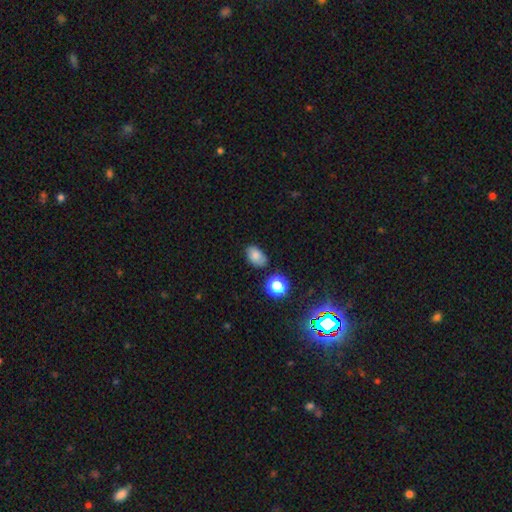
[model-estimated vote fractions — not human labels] Morphology: type=smooth (80%); roundness=in between (86%); merging=none (79%).